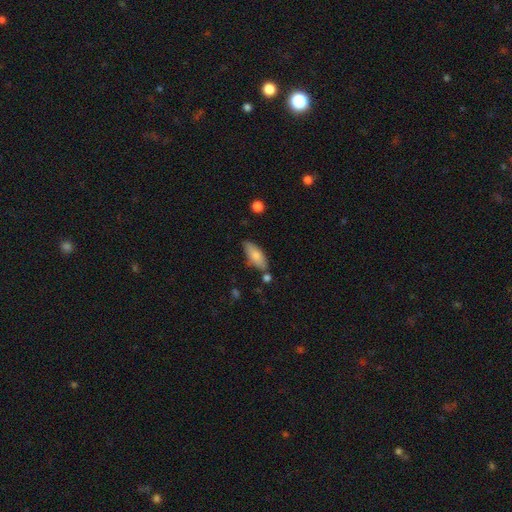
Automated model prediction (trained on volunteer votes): smooth_or_featured: smooth (p=0.77) [alt: featured or disk p=0.16]
how_rounded: in between (p=0.76) [alt: cigar-shaped p=0.22]
merging: none (p=0.71) [alt: minor disturbance p=0.18]